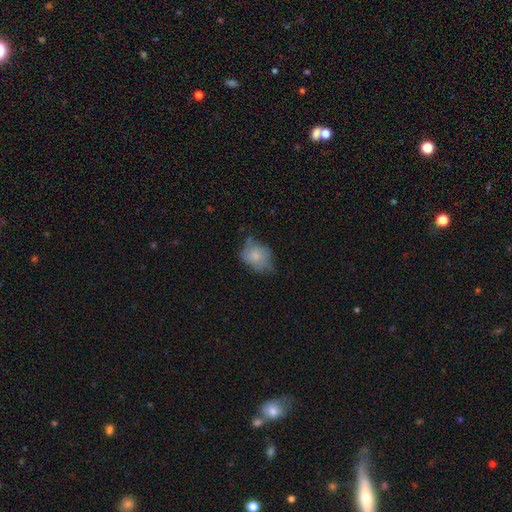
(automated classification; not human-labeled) Smooth or featured?
  - smooth: 66% *
  - featured or disk: 25%
  - star or artifact: 9%
How rounded?
  - in between: 56% *
  - round: 43%
  - cigar-shaped: 1%
Merging?
  - none: 45% *
  - minor disturbance: 38%
  - major disturbance: 15%
  - merger: 2%